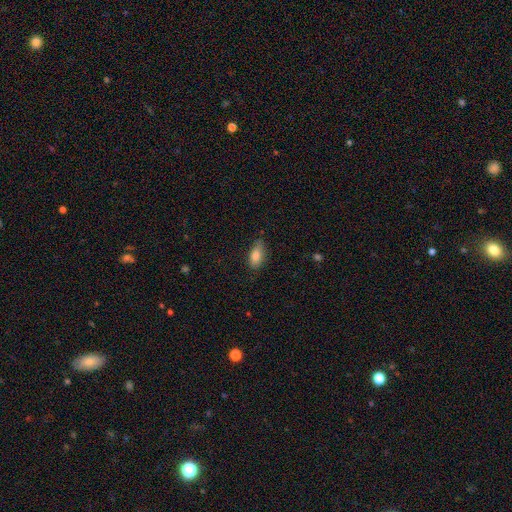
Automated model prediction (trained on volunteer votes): smooth-or-featured: smooth: 83% | featured or disk: 10% | star or artifact: 8%
  how-rounded: in between: 87% | cigar-shaped: 9% | round: 4%
  merging: none: 70% | minor disturbance: 24% | major disturbance: 4% | merger: 1%